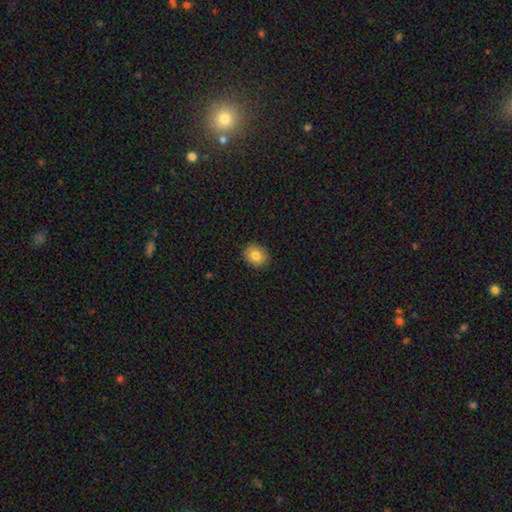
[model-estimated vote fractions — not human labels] Smooth or featured? Predicted: smooth (p=0.81). How rounded? Predicted: round (p=0.67). Merging? Predicted: none (p=0.89).